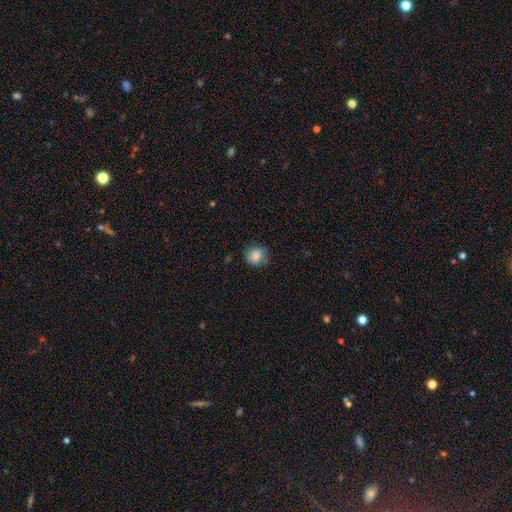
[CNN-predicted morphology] smooth 83%, star or artifact 9%, featured or disk 8%. Down the decision tree: how rounded — round (81%); merging — none (73%).